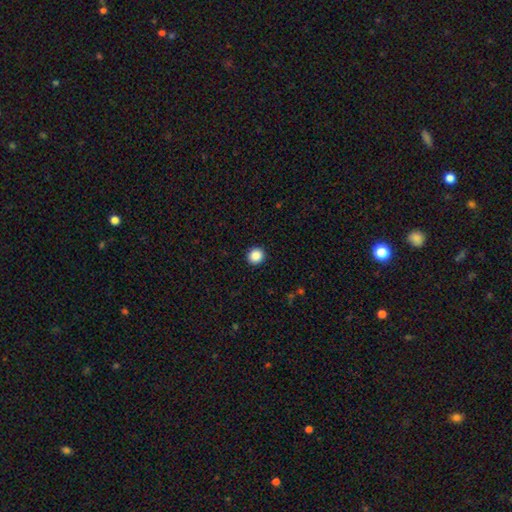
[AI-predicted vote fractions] Morphology: type=smooth (88%); roundness=round (93%); merging=none (93%).